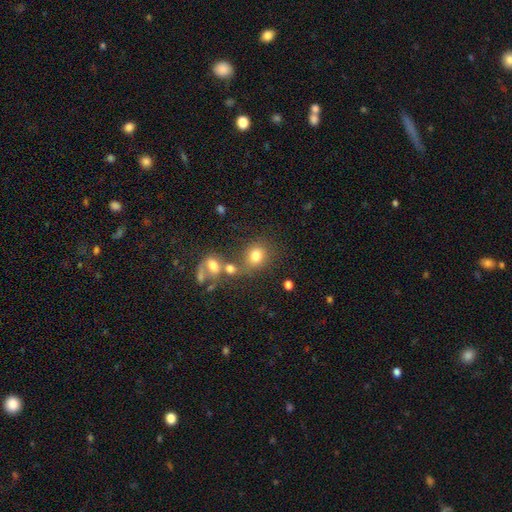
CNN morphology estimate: This appears to be a smooth galaxy with no disk features (75%) that is round (69%). Merging: none (51%).